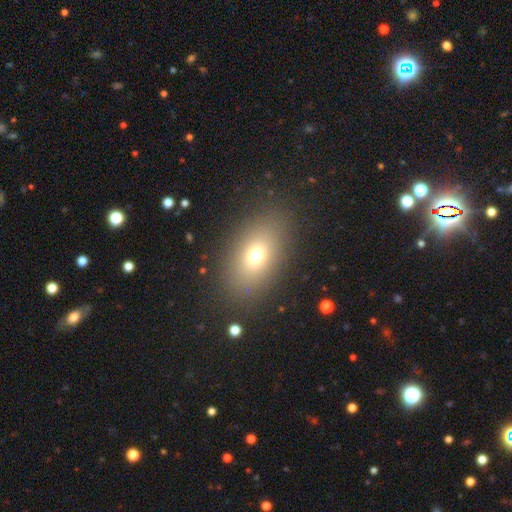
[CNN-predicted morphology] Smooth or featured? Predicted: smooth (p=0.70). How rounded? Predicted: in between (p=0.81). Merging? Predicted: none (p=0.86).